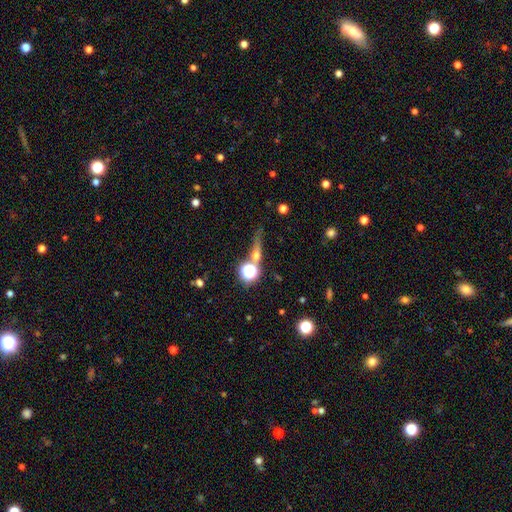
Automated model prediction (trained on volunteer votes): Smooth or featured?
  - smooth: 44% *
  - star or artifact: 30%
  - featured or disk: 26%
Merging?
  - none: 56% *
  - merger: 18%
  - minor disturbance: 15%
  - major disturbance: 11%